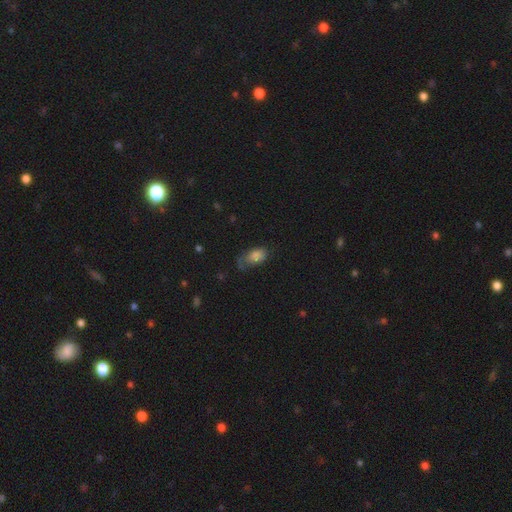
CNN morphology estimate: This is likely a smooth galaxy (76%). How rounded: clearly in between (90%). Merging: marginally none (42%).